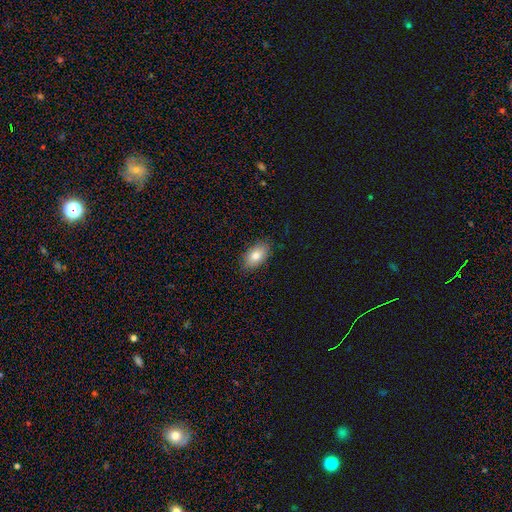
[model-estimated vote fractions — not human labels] Smooth or featured?
  - smooth: 80% *
  - featured or disk: 13%
  - star or artifact: 7%
How rounded?
  - in between: 92% *
  - round: 6%
  - cigar-shaped: 2%
Merging?
  - none: 85% *
  - minor disturbance: 12%
  - major disturbance: 2%
  - merger: 1%